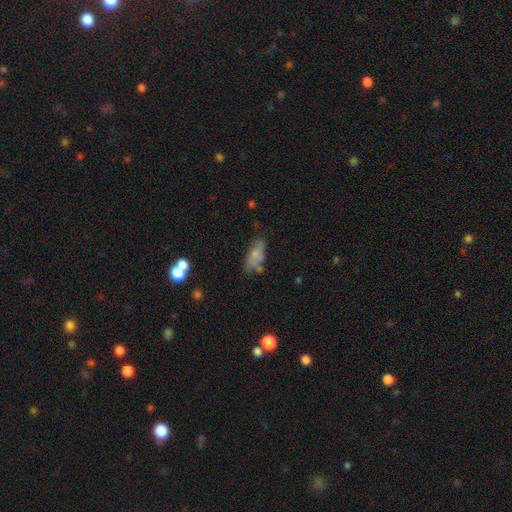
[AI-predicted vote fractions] Q: Smooth or featured?
A: smooth (66%); runner-up: featured or disk (25%)
Q: How rounded?
A: in between (77%); runner-up: cigar-shaped (20%)
Q: Merging?
A: none (51%); runner-up: minor disturbance (25%)